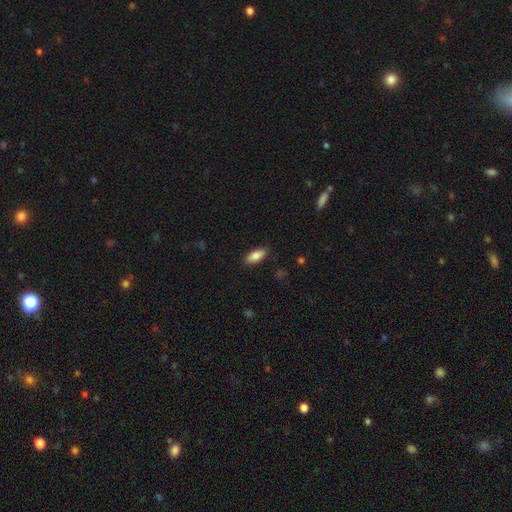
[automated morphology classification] smooth 84%, featured or disk 9%, star or artifact 7%. Down the decision tree: how rounded — in between (84%); merging — none (86%).